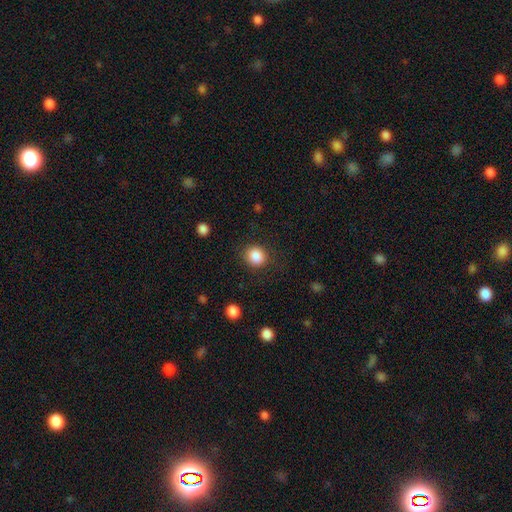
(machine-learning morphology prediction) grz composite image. It shows a smooth galaxy with no disk features (86%) that is round (84%). Merging: none (86%).